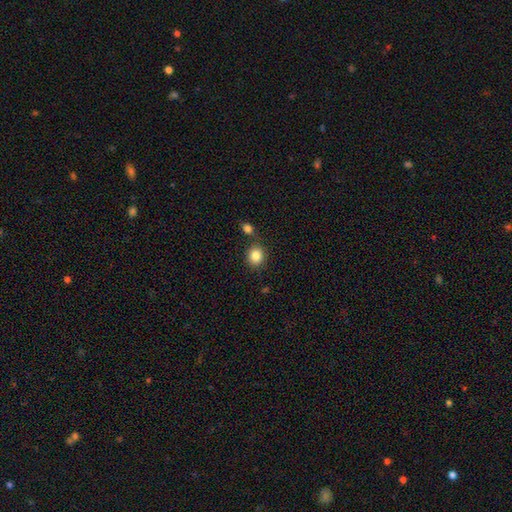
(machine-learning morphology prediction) Q: Smooth or featured?
A: smooth (85%); runner-up: star or artifact (9%)
Q: How rounded?
A: round (79%); runner-up: in between (21%)
Q: Merging?
A: none (75%); runner-up: merger (12%)